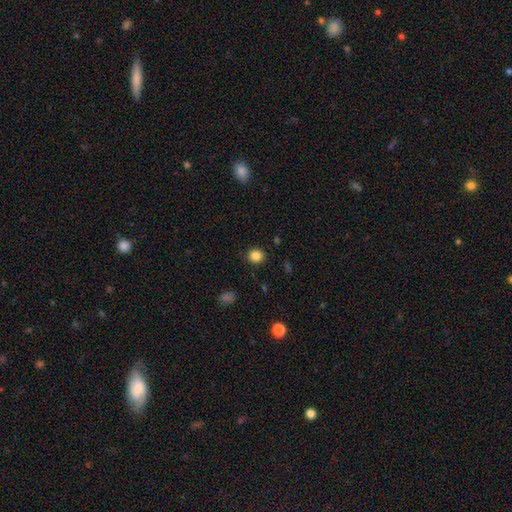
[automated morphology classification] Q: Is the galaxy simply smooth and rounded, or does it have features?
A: smooth — 84%.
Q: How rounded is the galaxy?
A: round — 85%.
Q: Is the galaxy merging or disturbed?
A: none — 90%.